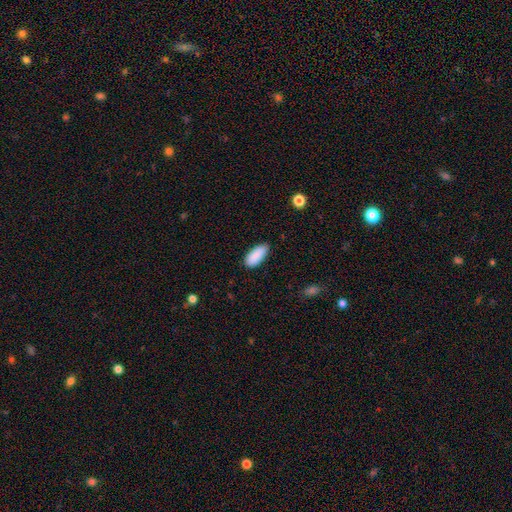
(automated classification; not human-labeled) smooth 90%, star or artifact 7%, featured or disk 4%. Down the decision tree: how rounded — in between (85%); merging — none (83%).